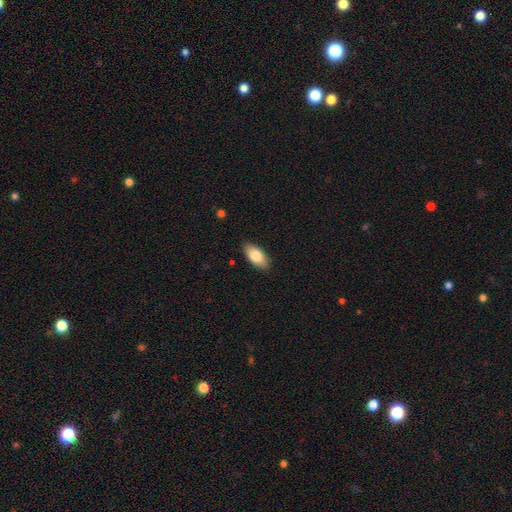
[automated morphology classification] smooth_or_featured: smooth (p=0.81) [alt: featured or disk p=0.12]
how_rounded: in between (p=0.92) [alt: cigar-shaped p=0.05]
merging: none (p=0.87) [alt: minor disturbance p=0.10]